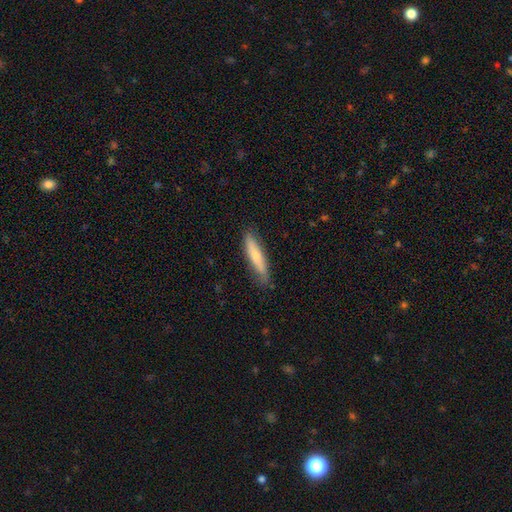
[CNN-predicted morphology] Smooth or featured? smooth (62%)
How rounded? cigar-shaped (85%)
Merging? none (83%)